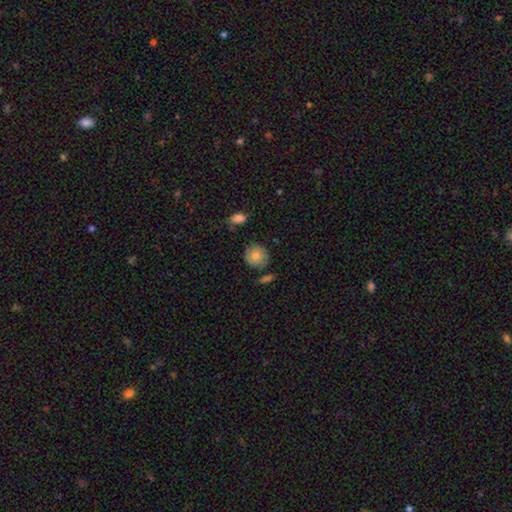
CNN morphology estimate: smooth_or_featured: smooth (p=0.71) [alt: featured or disk p=0.21]
how_rounded: round (p=0.88) [alt: in between p=0.11]
merging: none (p=0.76) [alt: minor disturbance p=0.16]